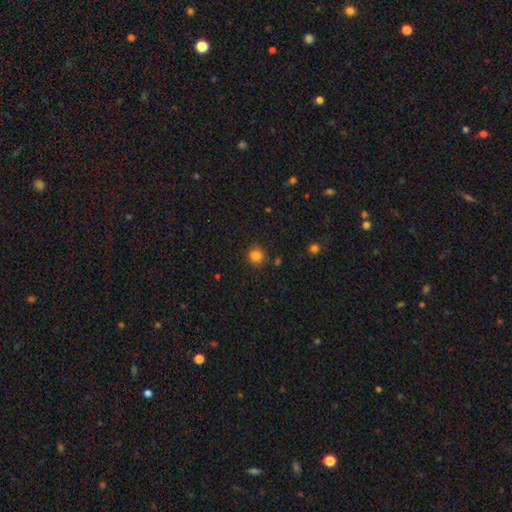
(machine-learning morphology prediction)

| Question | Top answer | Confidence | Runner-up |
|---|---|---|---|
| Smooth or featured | smooth | 83% | star or artifact (13%) |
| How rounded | round | 76% | in between (23%) |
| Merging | none | 80% | minor disturbance (12%) |